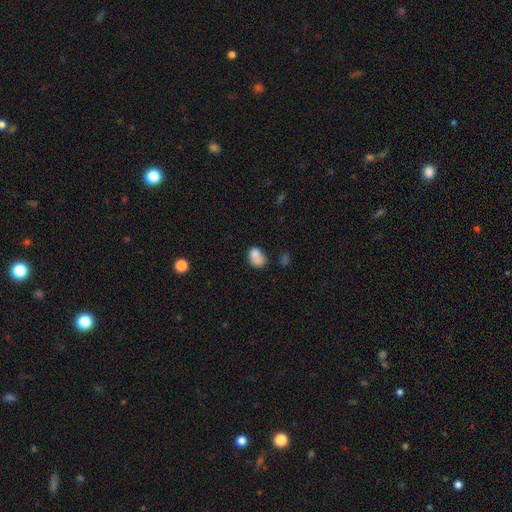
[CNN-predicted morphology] Smooth or featured? Predicted: smooth (p=0.77). How rounded? Predicted: in between (p=0.65). Merging? Predicted: none (p=0.33).